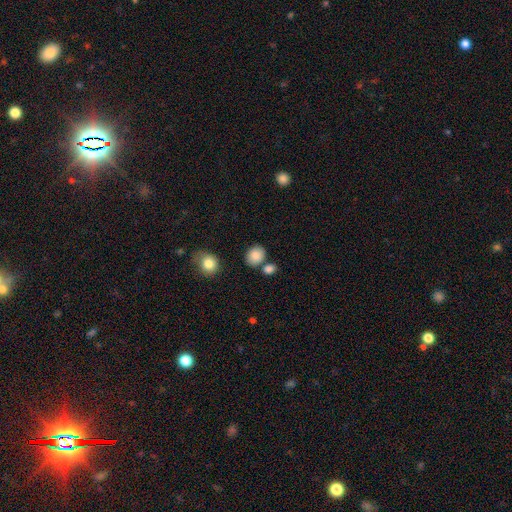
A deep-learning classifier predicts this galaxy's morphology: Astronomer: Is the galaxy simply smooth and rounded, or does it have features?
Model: smooth — 86%.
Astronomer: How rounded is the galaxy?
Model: round — 56% (runner-up: in between, 43%).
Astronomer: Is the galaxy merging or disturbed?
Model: none — 71%.